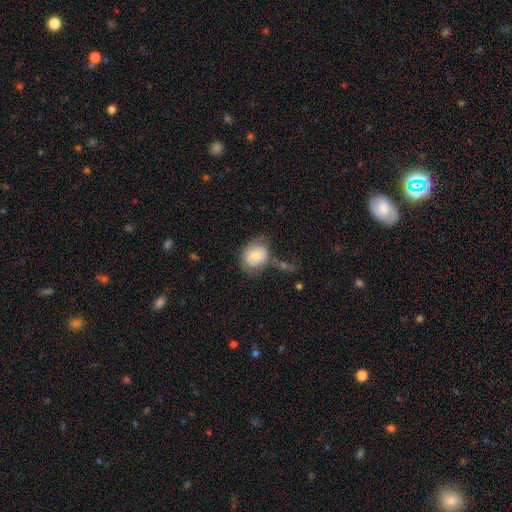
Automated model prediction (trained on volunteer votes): Overall: smooth (63%; featured or disk 30%). How rounded: round (61%; in between 38%). Merging: none (51%; minor disturbance 24%).